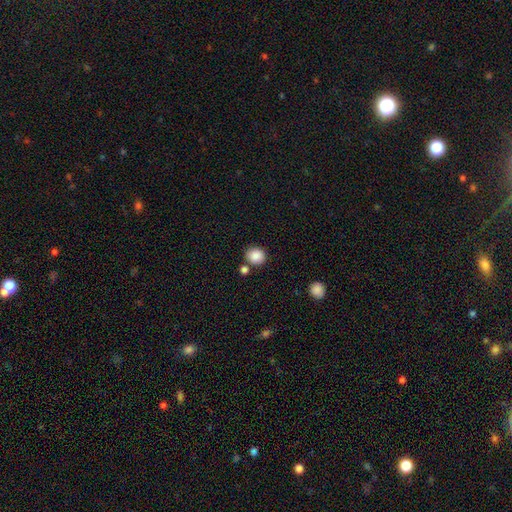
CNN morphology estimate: smooth_or_featured: smooth (p=0.87) [alt: star or artifact p=0.09]
how_rounded: round (p=0.77) [alt: in between p=0.22]
merging: none (p=0.75) [alt: merger p=0.11]